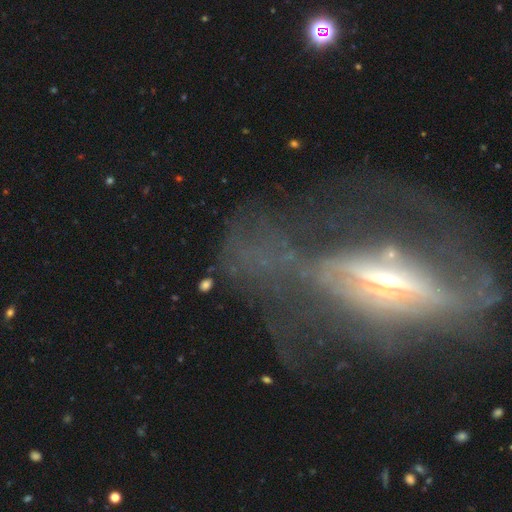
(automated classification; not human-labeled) smooth_or_featured: featured or disk (p=0.69) [alt: star or artifact p=0.17]
disk_edge_on: no (p=0.55) [alt: yes p=0.45]
merging: major disturbance (p=0.50) [alt: none p=0.29]